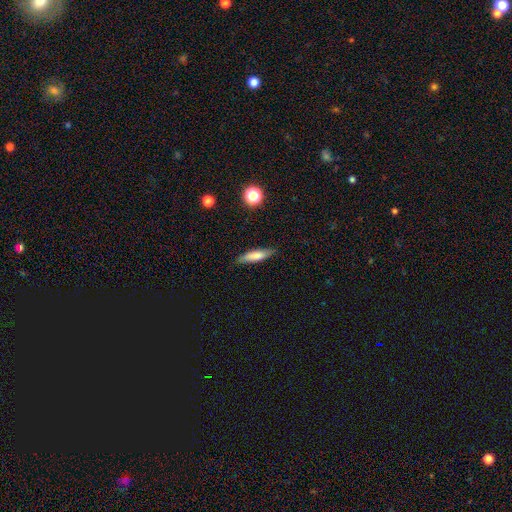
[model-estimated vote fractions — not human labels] This is likely a smooth galaxy (72%). How rounded: likely cigar-shaped (71%). Merging: clearly none (84%).